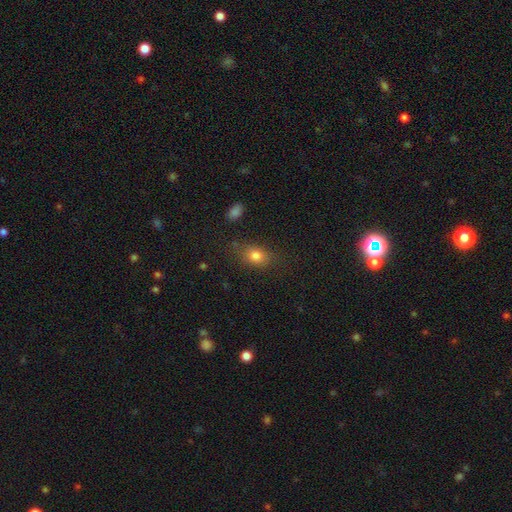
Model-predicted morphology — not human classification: Smooth or featured: smooth — 79% (star or artifact — 12%)
How rounded: in between — 66% (round — 31%)
Merging: none — 74% (minor disturbance — 17%)